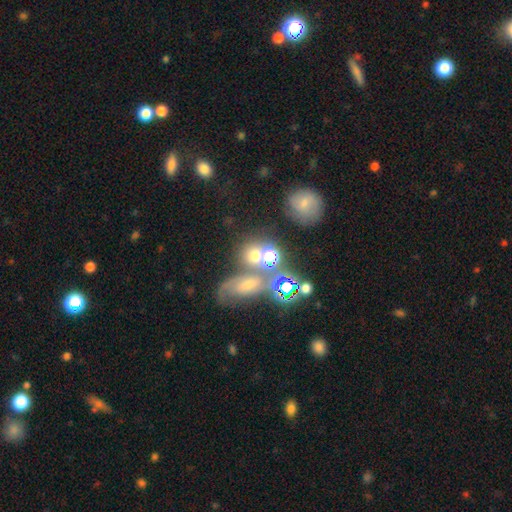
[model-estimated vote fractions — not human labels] The model was most divided on "merging": none: 44%, merger: 37%, minor disturbance: 11%, major disturbance: 8%. More confident: how rounded — round (68%); smooth or featured — smooth (56%).